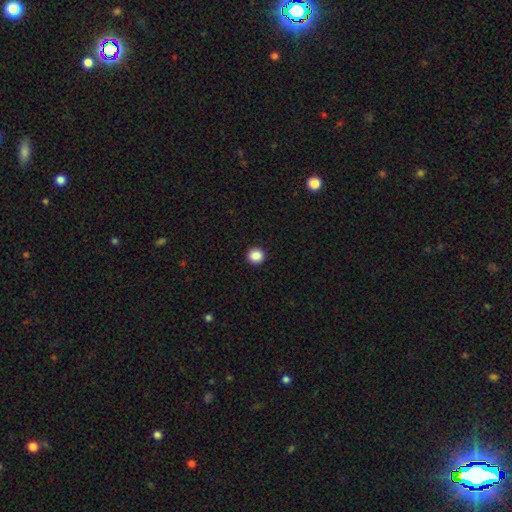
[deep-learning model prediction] Smooth or featured?
  - smooth: 88% *
  - star or artifact: 9%
  - featured or disk: 3%
How rounded?
  - round: 93% *
  - in between: 6%
  - cigar-shaped: 1%
Merging?
  - none: 93% *
  - minor disturbance: 4%
  - major disturbance: 1%
  - merger: 1%